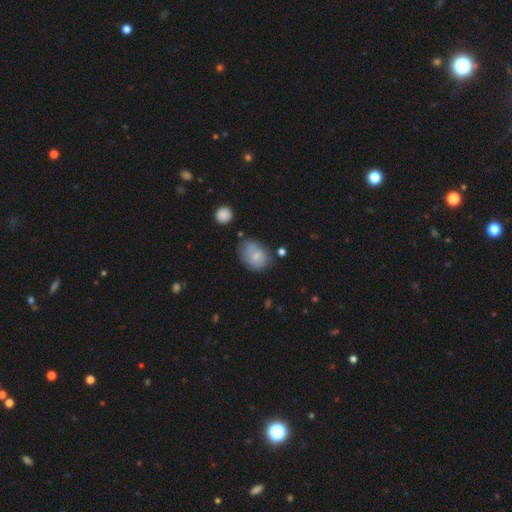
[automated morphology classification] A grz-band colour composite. It shows a smooth galaxy with no disk features (66%) that is in between round and cigar-shaped (62%). Merging: none (56%).